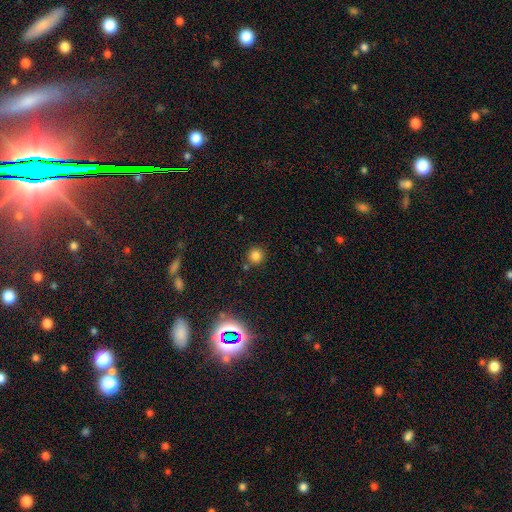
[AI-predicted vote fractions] Q: Smooth or featured?
A: smooth (81%); runner-up: star or artifact (14%)
Q: How rounded?
A: round (93%); runner-up: in between (6%)
Q: Merging?
A: none (82%); runner-up: minor disturbance (8%)